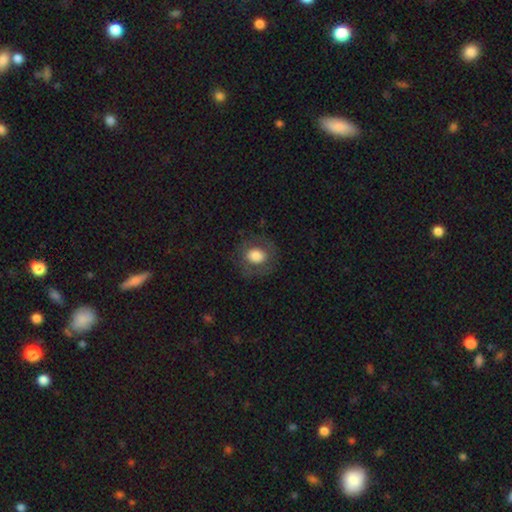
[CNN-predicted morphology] Smooth or featured: smooth — 70% (featured or disk — 21%)
How rounded: round — 72% (in between — 27%)
Merging: none — 77% (minor disturbance — 14%)